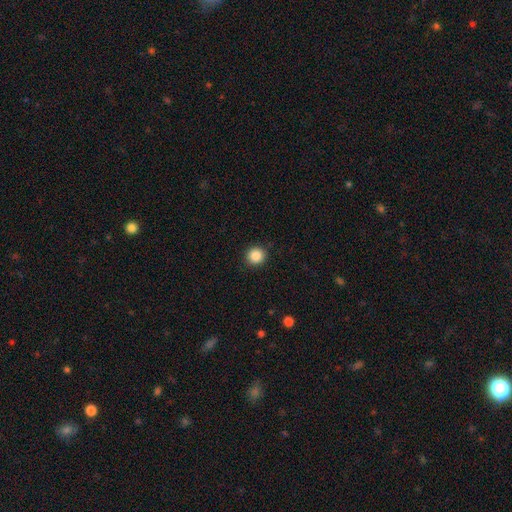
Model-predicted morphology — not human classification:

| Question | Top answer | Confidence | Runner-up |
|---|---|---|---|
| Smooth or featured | smooth | 87% | star or artifact (10%) |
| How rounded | round | 92% | in between (7%) |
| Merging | none | 92% | minor disturbance (5%) |